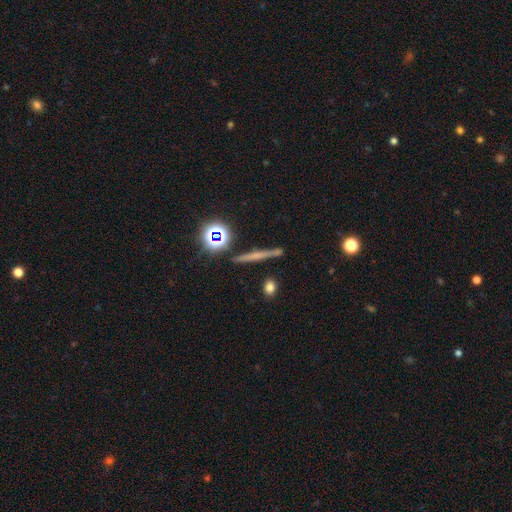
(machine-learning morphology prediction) smooth_or_featured: featured or disk (p=0.45) [alt: smooth p=0.38]
merging: none (p=0.86) [alt: minor disturbance p=0.08]